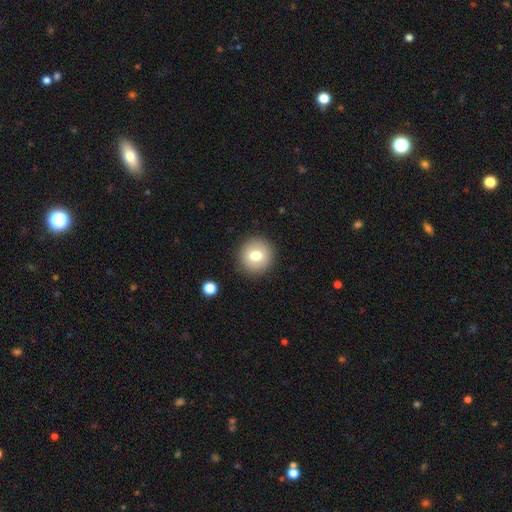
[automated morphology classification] This appears to be a smooth galaxy with no disk features (74%) that is round (91%). Merging: none (90%).